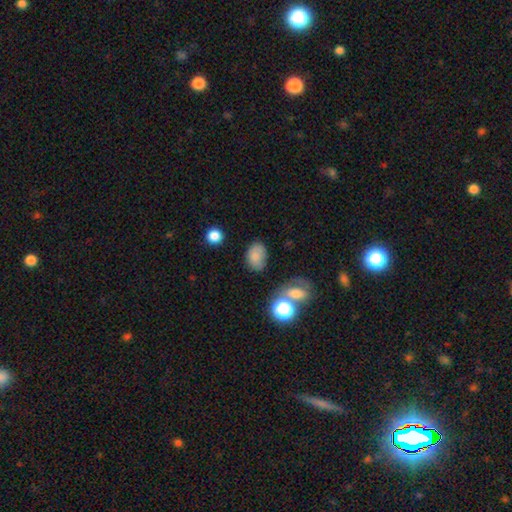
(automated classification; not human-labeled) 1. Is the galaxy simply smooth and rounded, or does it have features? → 80% smooth, 11% star or artifact, 9% featured or disk.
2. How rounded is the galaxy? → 82% in between, 16% round, 1% cigar-shaped.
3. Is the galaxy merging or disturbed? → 68% none, 19% minor disturbance, 7% major disturbance, 6% merger.